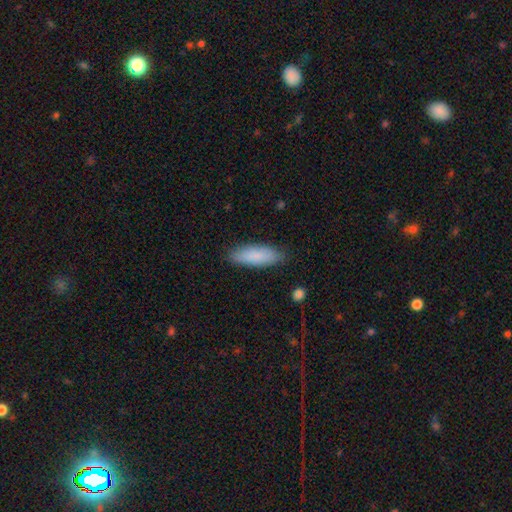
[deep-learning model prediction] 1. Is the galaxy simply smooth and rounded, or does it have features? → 87% smooth, 7% featured or disk, 6% star or artifact.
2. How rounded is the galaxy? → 56% in between, 42% cigar-shaped, 2% round.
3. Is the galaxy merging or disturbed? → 86% none, 11% minor disturbance, 2% major disturbance, 1% merger.